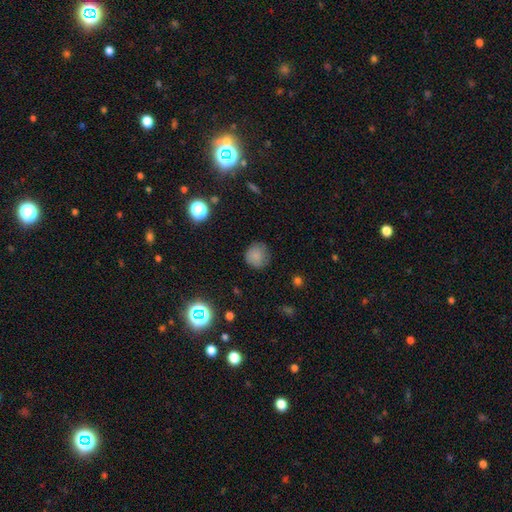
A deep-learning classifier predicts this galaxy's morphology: smooth_or_featured: smooth (p=0.80) [alt: star or artifact p=0.13]
how_rounded: round (p=0.89) [alt: in between p=0.10]
merging: none (p=0.77) [alt: minor disturbance p=0.17]